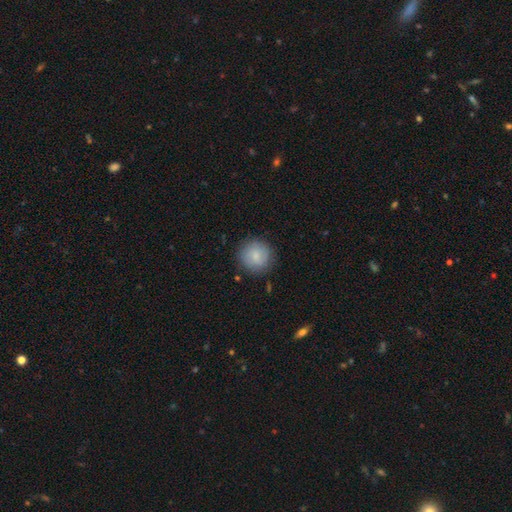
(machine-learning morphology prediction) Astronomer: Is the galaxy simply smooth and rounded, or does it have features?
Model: smooth — 78%.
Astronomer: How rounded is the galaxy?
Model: round — 93%.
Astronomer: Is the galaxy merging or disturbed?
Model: none — 86%.